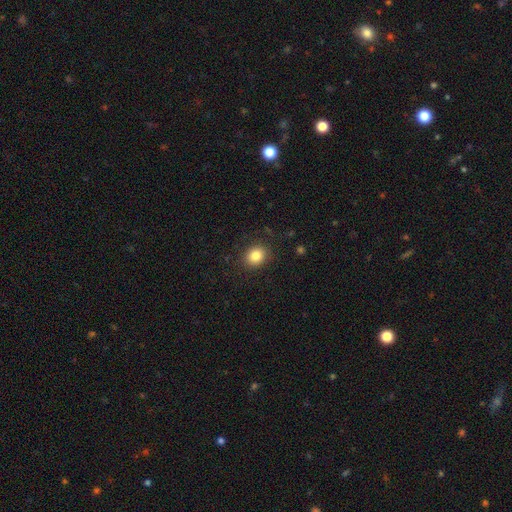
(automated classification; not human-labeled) smooth_or_featured: smooth (p=0.84) [alt: star or artifact p=0.10]
how_rounded: round (p=0.66) [alt: in between p=0.33]
merging: none (p=0.88) [alt: minor disturbance p=0.08]